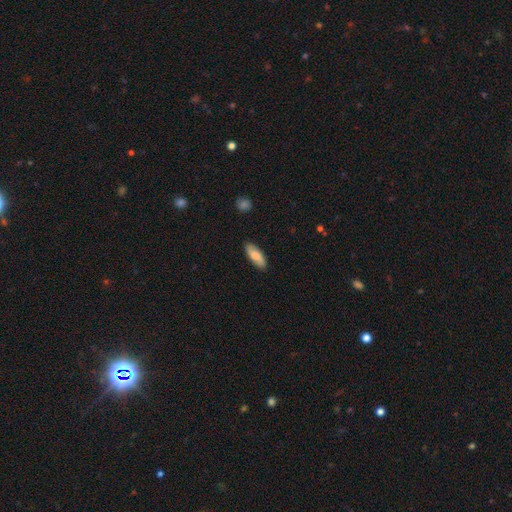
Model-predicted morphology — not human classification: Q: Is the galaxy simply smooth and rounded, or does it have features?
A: smooth — 76%.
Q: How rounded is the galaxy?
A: in between — 74%.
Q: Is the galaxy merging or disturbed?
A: none — 86%.